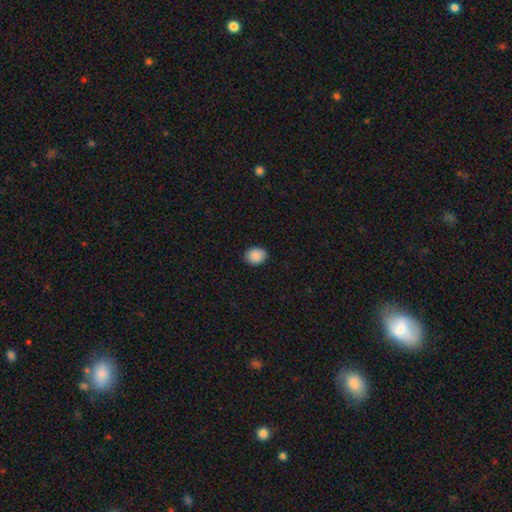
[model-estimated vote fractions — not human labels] Smooth or featured: smooth — 90% (star or artifact — 7%)
How rounded: in between — 52% (round — 47%)
Merging: none — 87% (minor disturbance — 10%)